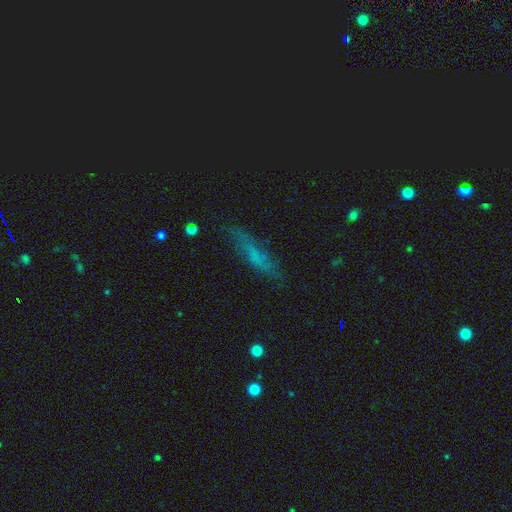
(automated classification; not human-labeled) Smooth or featured?
  - smooth: 52% *
  - featured or disk: 30%
  - star or artifact: 18%
How rounded?
  - cigar-shaped: 75% *
  - in between: 22%
  - round: 3%
Merging?
  - none: 73% *
  - minor disturbance: 19%
  - major disturbance: 7%
  - merger: 2%